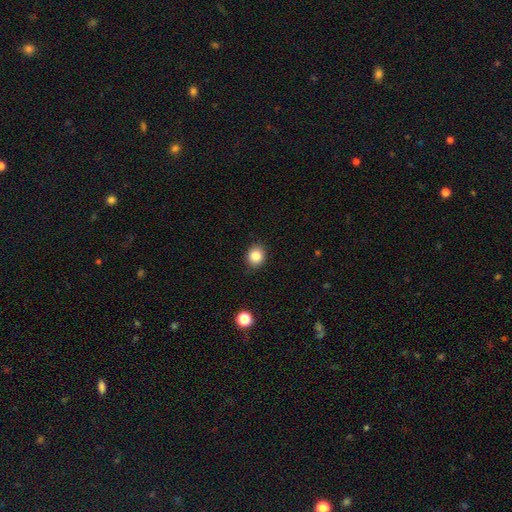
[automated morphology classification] The model was most divided on "how rounded": round: 75%, in between: 24%, cigar-shaped: 1%. More confident: merging — none (89%); smooth or featured — smooth (84%).